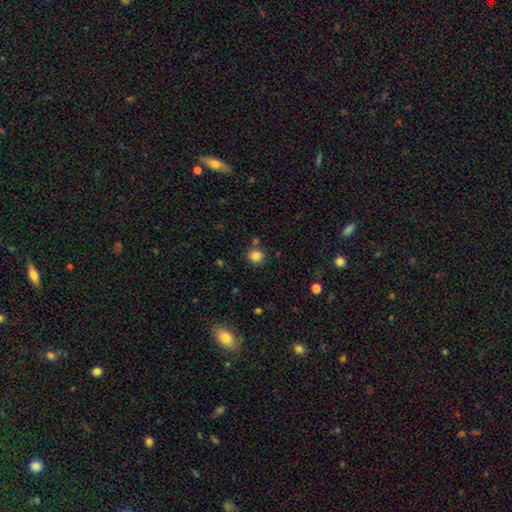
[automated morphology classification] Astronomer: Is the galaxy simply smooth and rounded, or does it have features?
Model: smooth — 83%.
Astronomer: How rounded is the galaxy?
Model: round — 87%.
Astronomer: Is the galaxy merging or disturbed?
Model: none — 79%.